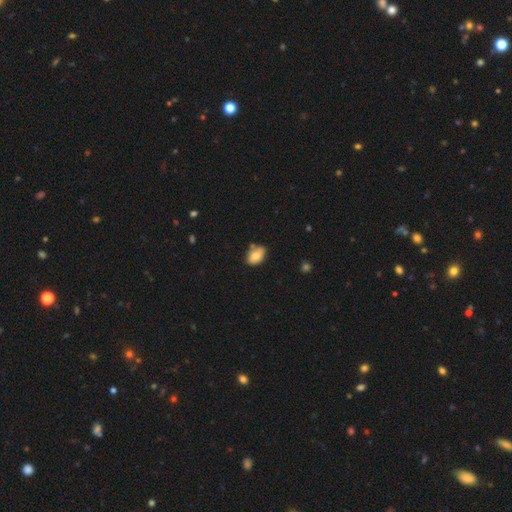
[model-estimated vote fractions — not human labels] Smooth or featured? smooth (76%)
How rounded? in between (79%)
Merging? none (57%)